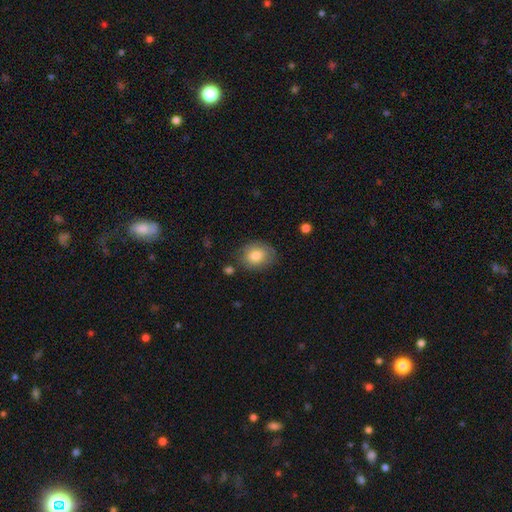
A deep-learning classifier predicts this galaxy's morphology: smooth-or-featured: smooth: 82% | featured or disk: 11% | star or artifact: 7%
  how-rounded: in between: 50% | round: 49% | cigar-shaped: 1%
  merging: none: 76% | minor disturbance: 17% | major disturbance: 4% | merger: 3%